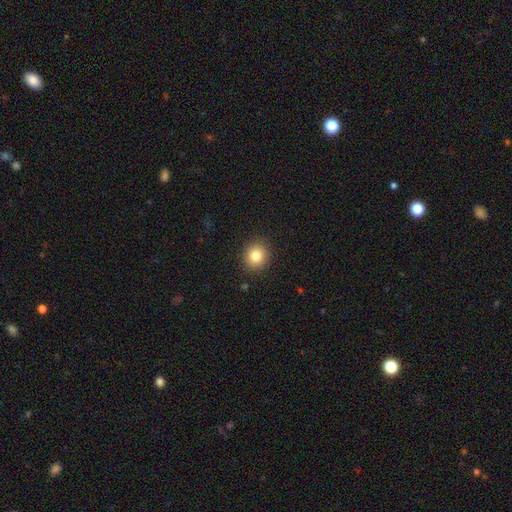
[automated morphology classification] type=smooth (82%); roundness=round (85%); merging=none (91%).